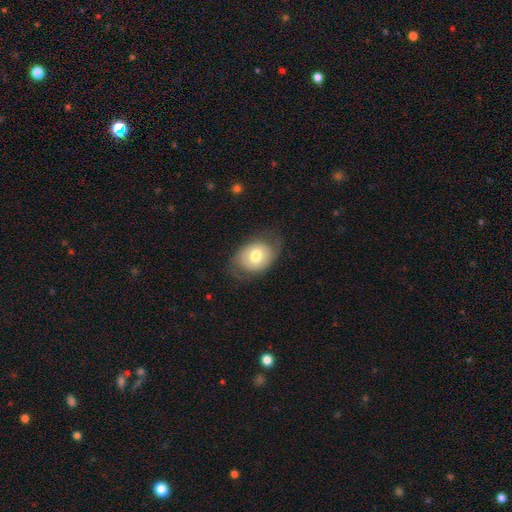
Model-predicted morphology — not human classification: Smooth or featured: smooth — 58% (featured or disk — 35%)
How rounded: in between — 62% (round — 37%)
Merging: none — 66% (minor disturbance — 21%)